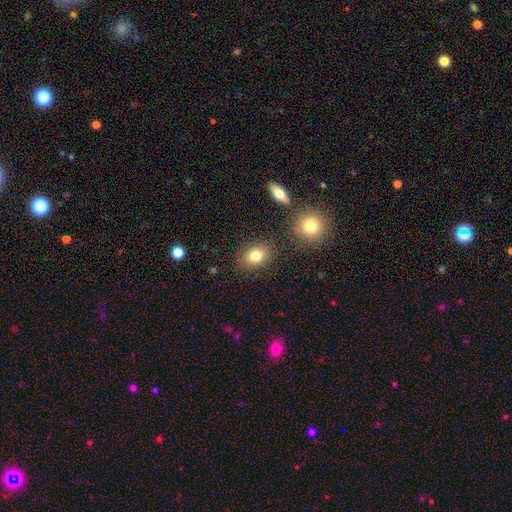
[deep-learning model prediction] This appears to be a smooth galaxy with no disk features (82%) that is in between round and cigar-shaped (61%). Merging: none (83%).